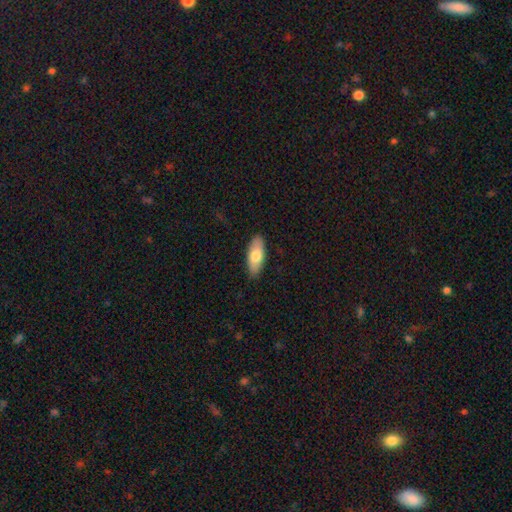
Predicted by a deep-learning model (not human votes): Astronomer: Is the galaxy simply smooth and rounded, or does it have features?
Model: smooth — 75%.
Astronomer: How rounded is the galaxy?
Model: in between — 79%.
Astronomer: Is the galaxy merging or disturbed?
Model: none — 87%.